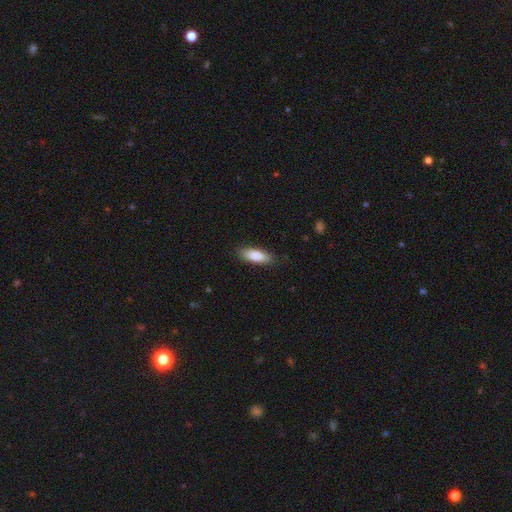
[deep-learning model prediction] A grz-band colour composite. It shows a smooth galaxy with no disk features (83%) that is in between round and cigar-shaped (67%). Merging: none (87%).